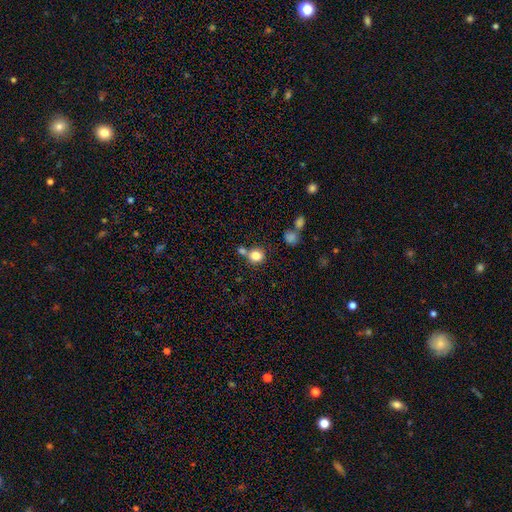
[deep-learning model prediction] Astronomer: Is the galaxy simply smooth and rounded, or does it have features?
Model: smooth — 82%.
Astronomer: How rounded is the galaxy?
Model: round — 85%.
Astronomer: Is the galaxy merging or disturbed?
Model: none — 63%.